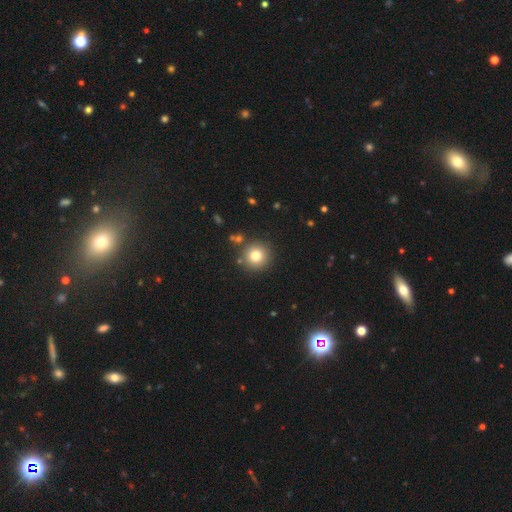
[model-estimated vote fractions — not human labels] A smooth galaxy with no disk features (79%) that is round (94%). Merging: none (87%).